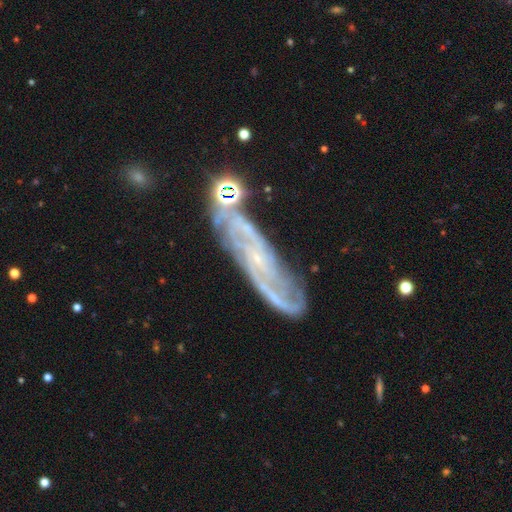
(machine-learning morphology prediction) smooth_or_featured: featured or disk (p=0.80) [alt: smooth p=0.11]
disk_edge_on: no (p=0.77) [alt: yes p=0.23]
bar: no (p=0.53) [alt: weak p=0.34]
has_spiral_arms: yes (p=0.92) [alt: no p=0.08]
spiral_winding: medium (p=0.42) [alt: tight p=0.41]
spiral_arm_count: 2 (p=0.48) [alt: can't tell p=0.27]
bulge_size: small (p=0.77) [alt: moderate p=0.11]
merging: none (p=0.60) [alt: minor disturbance p=0.17]